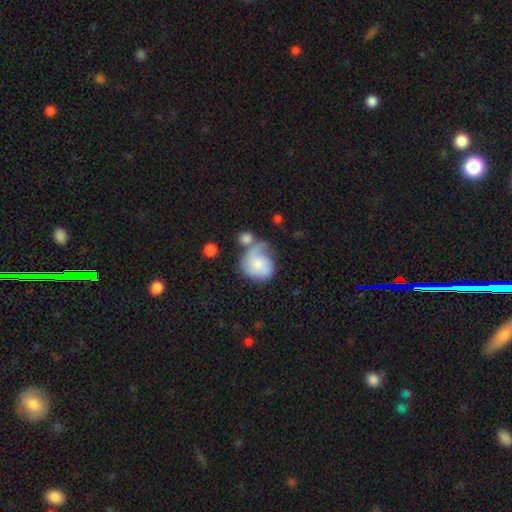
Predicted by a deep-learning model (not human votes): Smooth or featured? featured or disk (49%)
Merging? none (44%)